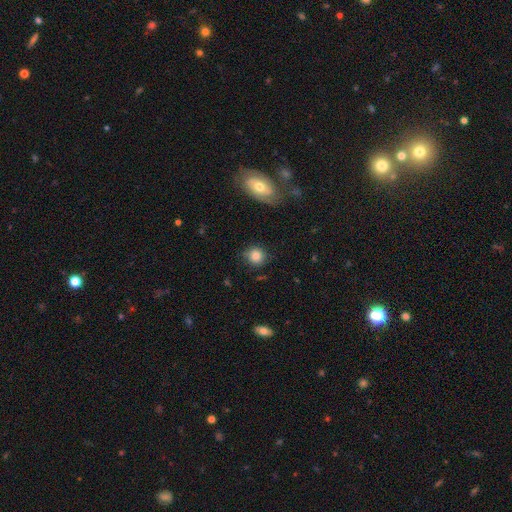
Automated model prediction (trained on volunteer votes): Smooth or featured? smooth (82%)
How rounded? round (87%)
Merging? none (80%)